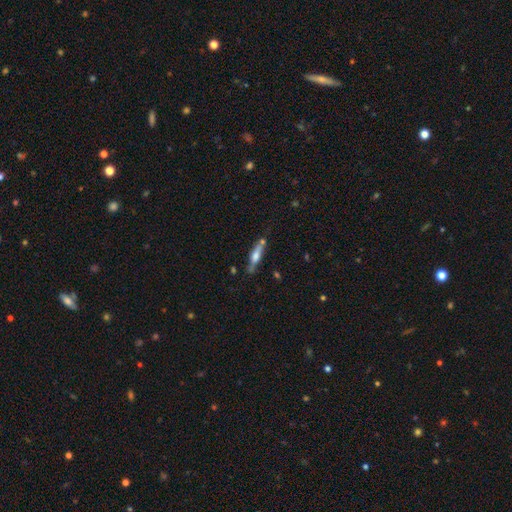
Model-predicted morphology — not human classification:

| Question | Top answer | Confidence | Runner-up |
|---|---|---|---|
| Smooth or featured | featured or disk | 50% | smooth (44%) |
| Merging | none | 66% | minor disturbance (18%) |